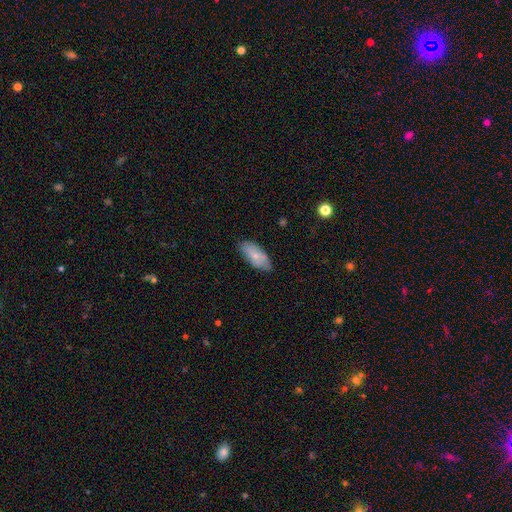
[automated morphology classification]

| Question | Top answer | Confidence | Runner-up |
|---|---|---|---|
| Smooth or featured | smooth | 73% | featured or disk (21%) |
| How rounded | in between | 89% | cigar-shaped (9%) |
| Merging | none | 77% | minor disturbance (19%) |